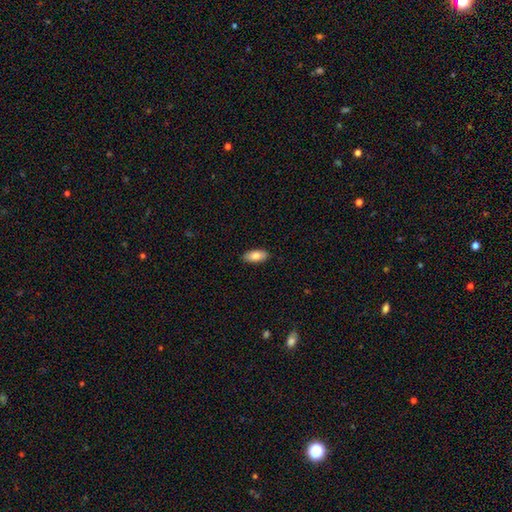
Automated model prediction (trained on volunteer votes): smooth 80%, featured or disk 13%, star or artifact 6%. Down the decision tree: how rounded — in between (91%); merging — none (88%).